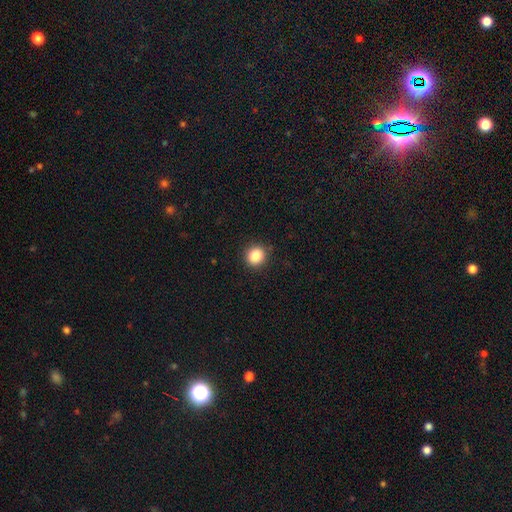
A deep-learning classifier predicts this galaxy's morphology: Smooth or featured: smooth — 85% (star or artifact — 11%)
How rounded: round — 87% (in between — 12%)
Merging: none — 90% (minor disturbance — 7%)